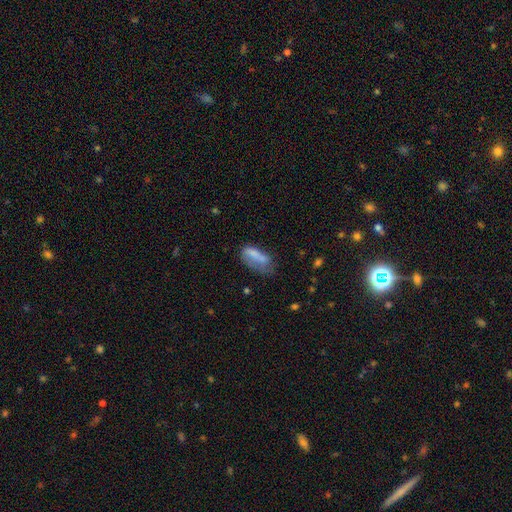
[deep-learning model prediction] smooth-or-featured: smooth: 68% | featured or disk: 23% | star or artifact: 9%
  how-rounded: in between: 80% | cigar-shaped: 17% | round: 3%
  merging: major disturbance: 30% (tied) | minor disturbance: 30% (tied) | none: 29% | merger: 10%